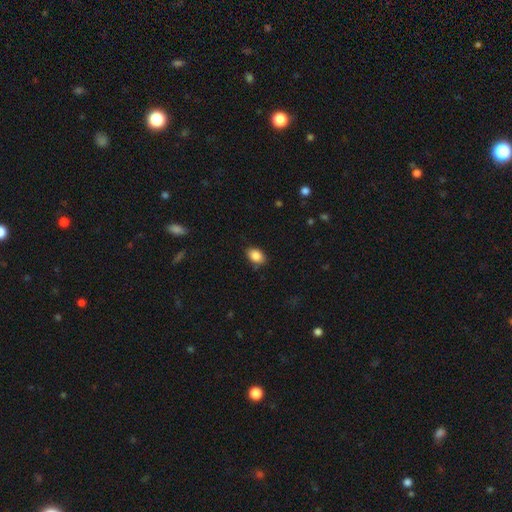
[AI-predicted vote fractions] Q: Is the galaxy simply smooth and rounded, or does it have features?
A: smooth — 87%.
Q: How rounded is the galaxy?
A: in between — 84%.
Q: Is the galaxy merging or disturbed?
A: none — 82%.